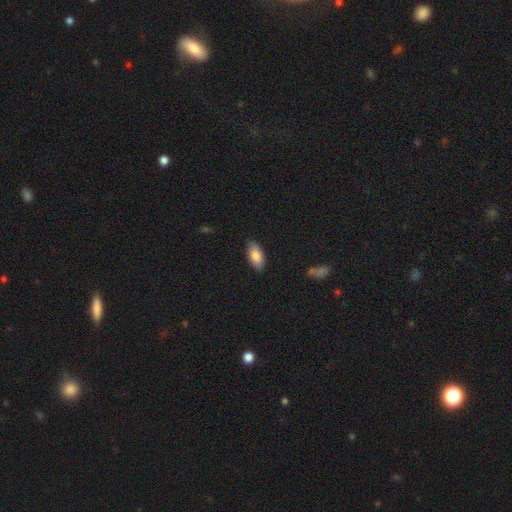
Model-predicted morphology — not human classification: Smooth or featured? Predicted: smooth (p=0.85). How rounded? Predicted: in between (p=0.91). Merging? Predicted: none (p=0.86).